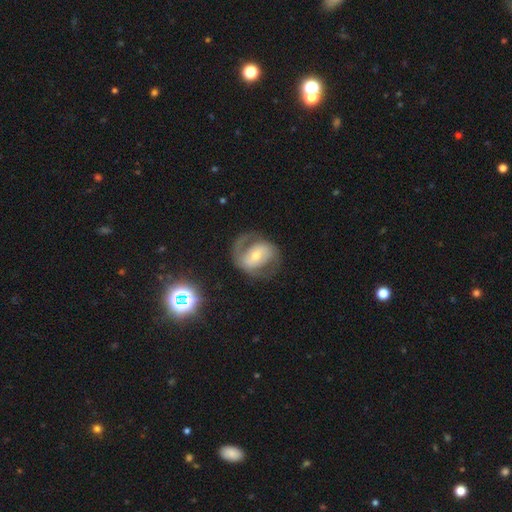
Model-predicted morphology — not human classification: featured or disk 74%, smooth 20%, star or artifact 6%. Down the decision tree: edge-on disk — no (96%); bar — weak (38%); spiral arms — yes (82%); spiral arm count — 2 (77%); spiral winding — medium (48%); bulge size — moderate (51%); merging — none (63%).